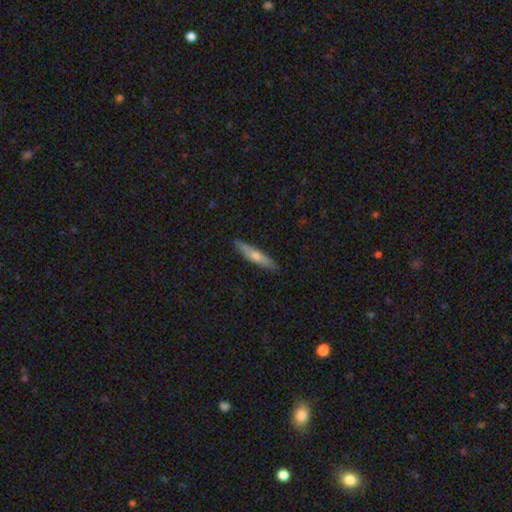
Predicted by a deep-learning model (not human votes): Morphology: type=smooth (51%); roundness=cigar-shaped (88%); merging=none (89%).